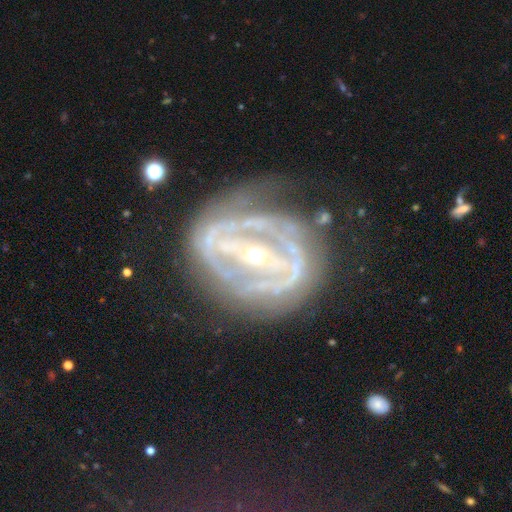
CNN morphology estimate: This is clearly a featured or disk galaxy (86%). It is clearly not viewed edge-on (95%). Bar: possibly strong (54%). Spiral arm pattern: likely yes (77%). Spiral arm count: marginally 2 (45%). Spiral winding: possibly tight (57%). Central bulge: likely small (64%). Merging: possibly none (52%).